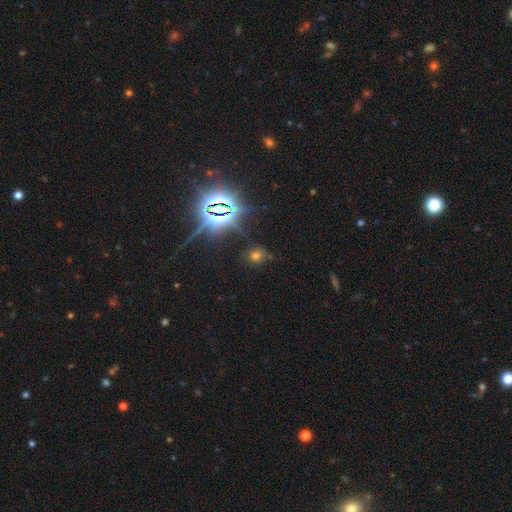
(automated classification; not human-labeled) Smooth or featured?
  - smooth: 48% *
  - star or artifact: 42%
  - featured or disk: 10%
Merging?
  - none: 72% *
  - minor disturbance: 17%
  - major disturbance: 8%
  - merger: 4%